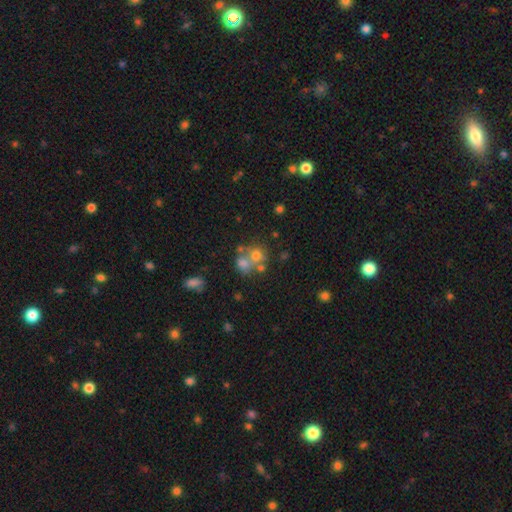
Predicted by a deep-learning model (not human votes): Smooth or featured: smooth — 59% (featured or disk — 24%)
How rounded: round — 72% (in between — 27%)
Merging: merger — 46% (none — 37%)